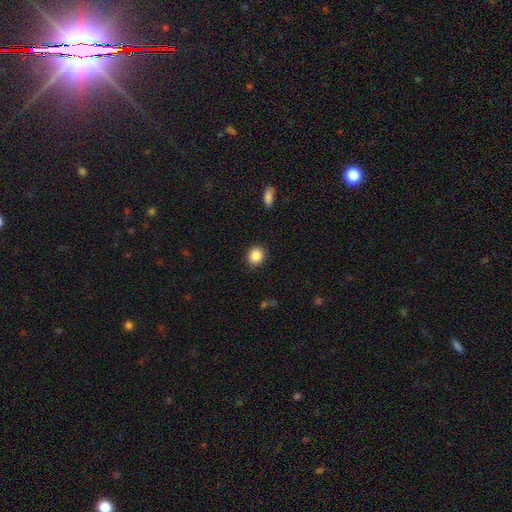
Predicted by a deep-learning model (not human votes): Smooth or featured? smooth (86%)
How rounded? round (78%)
Merging? none (90%)